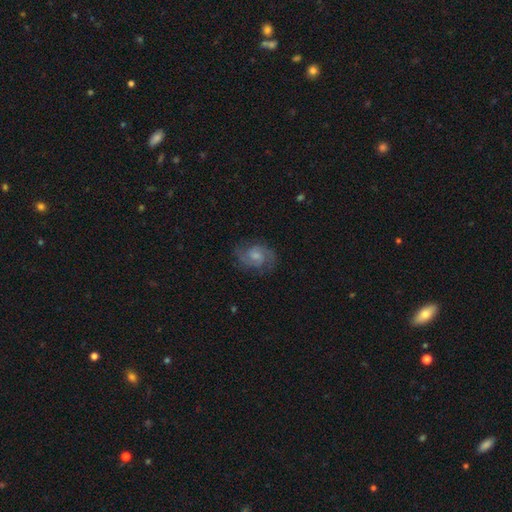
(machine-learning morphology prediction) type=featured or disk (75%); edge-on=no (97%); bar=no (55%); spiral arms=yes (94%); winding=medium (52%); arm count=2 (79%); bulge=moderate (40%); merging=none (74%).